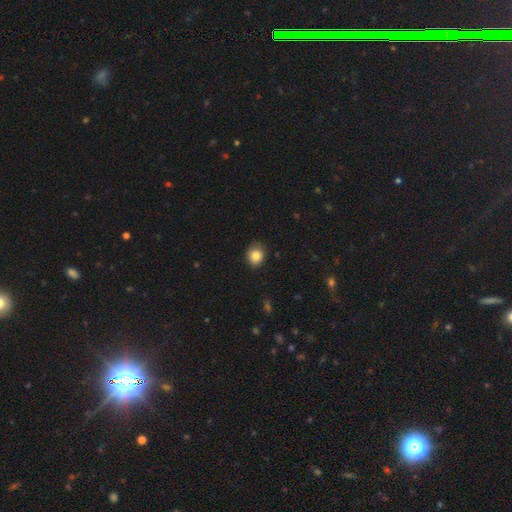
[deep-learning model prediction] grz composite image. It shows a smooth galaxy with no disk features (85%) that is round (70%). Merging: none (80%).